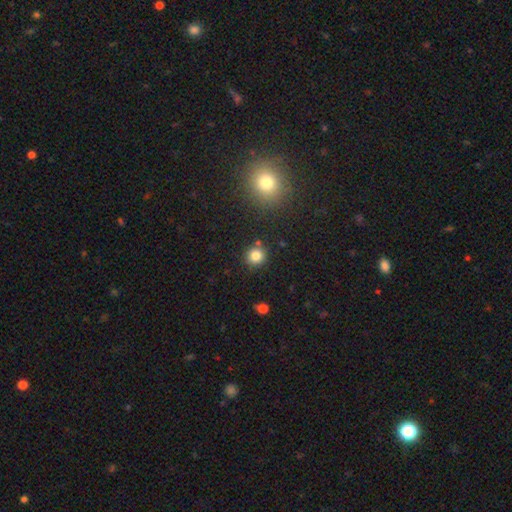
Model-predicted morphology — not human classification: smooth-or-featured: smooth: 82% | star or artifact: 12% | featured or disk: 5%
  how-rounded: round: 91% | in between: 8% | cigar-shaped: 1%
  merging: none: 84% | minor disturbance: 8% | merger: 5% | major disturbance: 2%